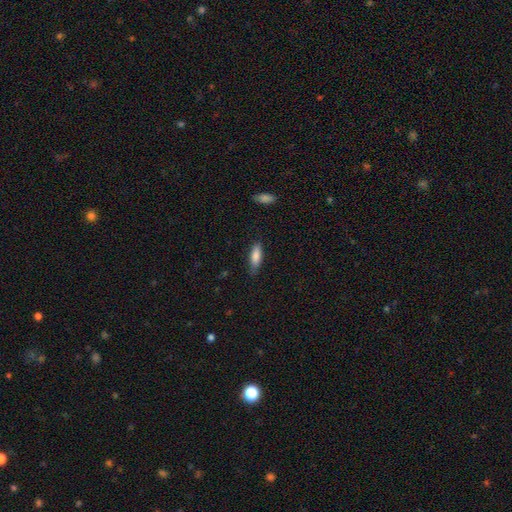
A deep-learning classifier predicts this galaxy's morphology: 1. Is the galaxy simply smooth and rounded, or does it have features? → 84% smooth, 10% featured or disk, 6% star or artifact.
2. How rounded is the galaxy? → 58% in between, 41% cigar-shaped, 2% round.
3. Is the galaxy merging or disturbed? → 78% none, 18% minor disturbance, 3% major disturbance, 1% merger.